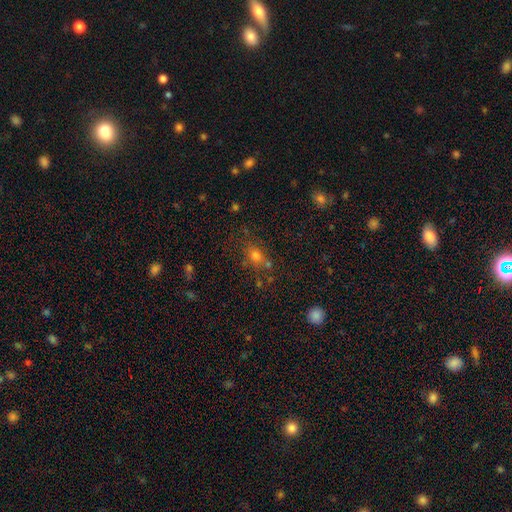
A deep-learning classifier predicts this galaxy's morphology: smooth-or-featured: smooth: 69% | star or artifact: 20% | featured or disk: 11%
  how-rounded: round: 53% | in between: 44% | cigar-shaped: 3%
  merging: none: 66% | minor disturbance: 15% | merger: 13% | major disturbance: 6%